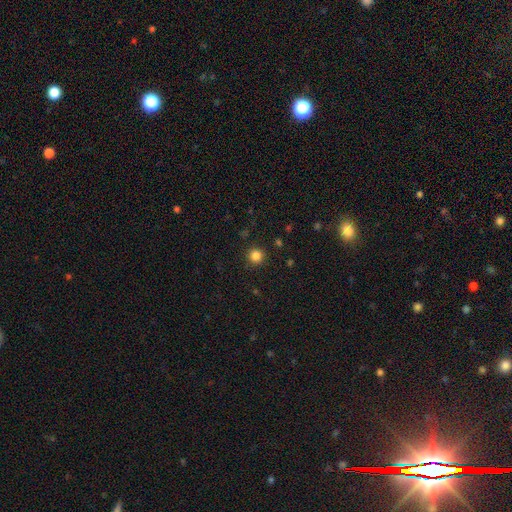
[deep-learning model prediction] Smooth or featured? smooth (84%)
How rounded? round (95%)
Merging? none (91%)